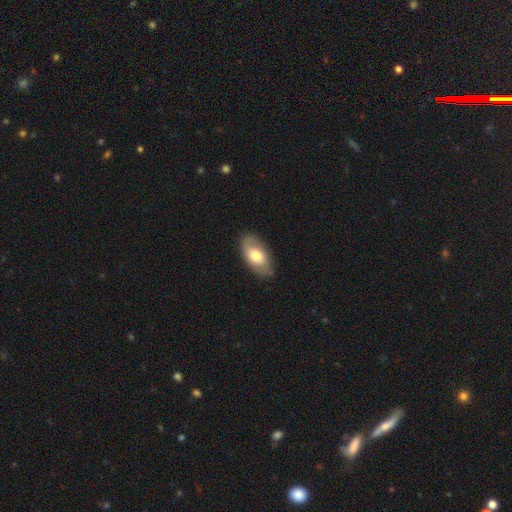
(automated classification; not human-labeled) smooth_or_featured: smooth (p=0.67) [alt: featured or disk p=0.27]
how_rounded: in between (p=0.93) [alt: round p=0.04]
merging: none (p=0.81) [alt: minor disturbance p=0.15]